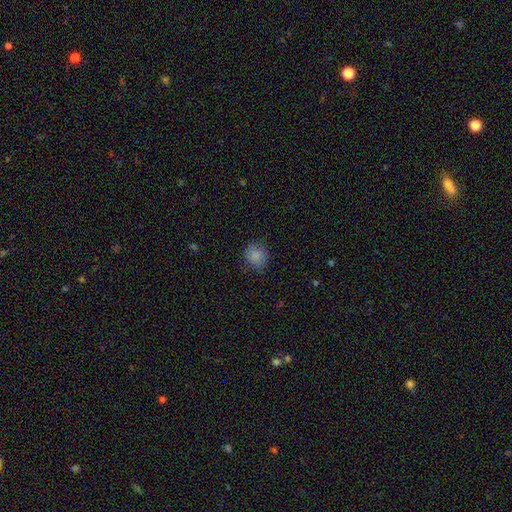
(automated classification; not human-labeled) smooth 85%, star or artifact 9%, featured or disk 6%. Down the decision tree: how rounded — round (83%); merging — none (80%).